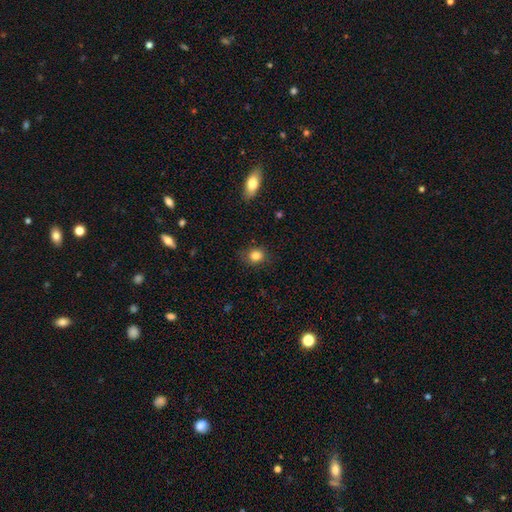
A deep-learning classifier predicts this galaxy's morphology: type=smooth (84%); roundness=round (65%); merging=none (77%).